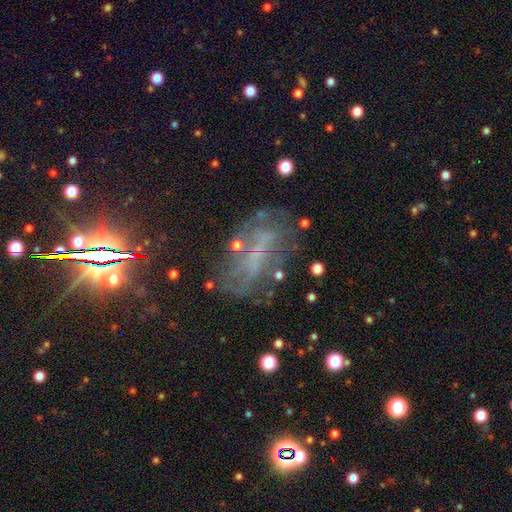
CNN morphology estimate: Smooth or featured: featured or disk — 52% (star or artifact — 27%)
Edge-on disk: no — 82% (yes — 18%)
Merging: none — 53% (minor disturbance — 22%)